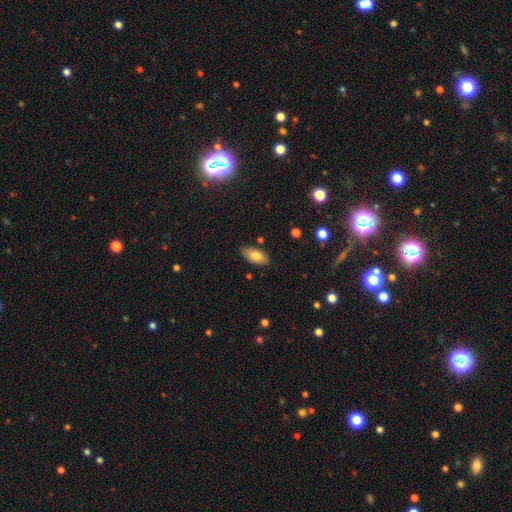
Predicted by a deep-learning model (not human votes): smooth-or-featured: smooth: 79% | featured or disk: 14% | star or artifact: 7%
  how-rounded: in between: 91% | cigar-shaped: 6% | round: 3%
  merging: none: 84% | minor disturbance: 11% | merger: 2% | major disturbance: 2%